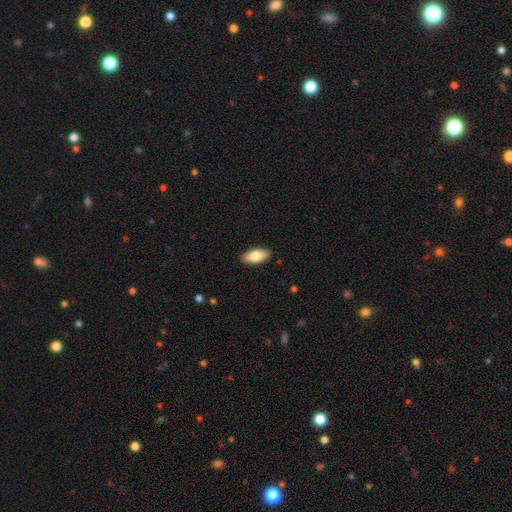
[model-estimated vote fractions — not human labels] Smooth or featured: smooth — 78% (featured or disk — 16%)
How rounded: in between — 87% (cigar-shaped — 11%)
Merging: none — 90% (minor disturbance — 8%)